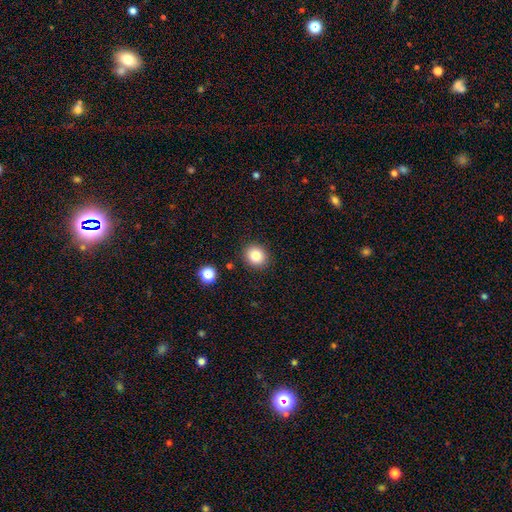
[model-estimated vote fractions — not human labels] smooth_or_featured: smooth (p=0.83) [alt: star or artifact p=0.11]
how_rounded: round (p=0.77) [alt: in between p=0.22]
merging: none (p=0.89) [alt: minor disturbance p=0.07]